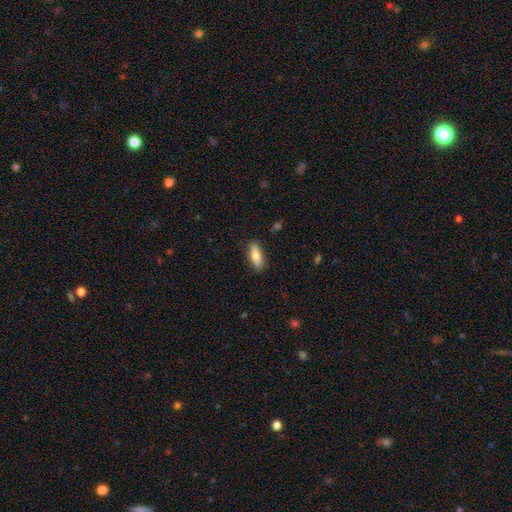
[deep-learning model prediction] Smooth or featured?
  - smooth: 75% *
  - featured or disk: 18%
  - star or artifact: 6%
How rounded?
  - in between: 66% *
  - cigar-shaped: 32%
  - round: 2%
Merging?
  - none: 87% *
  - minor disturbance: 10%
  - major disturbance: 2%
  - merger: 1%